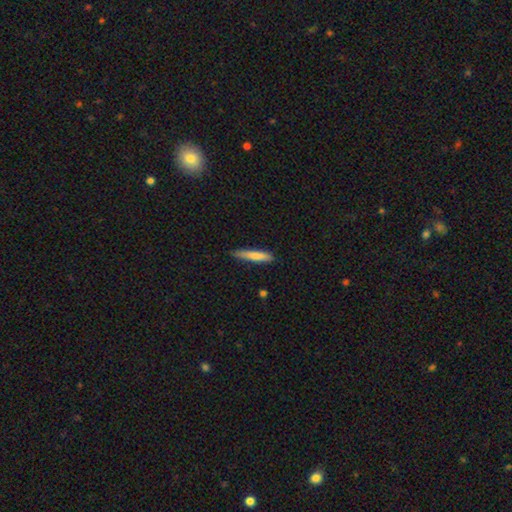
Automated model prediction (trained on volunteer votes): The model was most divided on "smooth or featured": smooth: 75%, featured or disk: 19%, star or artifact: 6%. More confident: how rounded — cigar-shaped (90%); merging — none (80%).